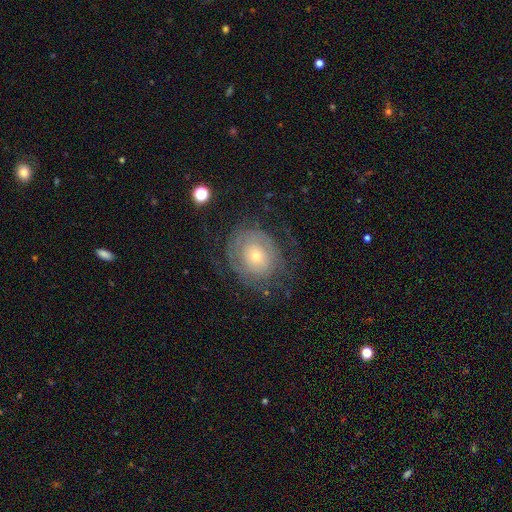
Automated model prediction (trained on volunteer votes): Q: Smooth or featured?
A: featured or disk (63%); runner-up: smooth (28%)
Q: Edge-on disk?
A: no (96%); runner-up: yes (4%)
Q: Bar?
A: no (83%); runner-up: weak (14%)
Q: Spiral arms?
A: yes (73%); runner-up: no (27%)
Q: Bulge size?
A: small (63%); runner-up: moderate (31%)
Q: Merging?
A: none (66%); runner-up: minor disturbance (18%)